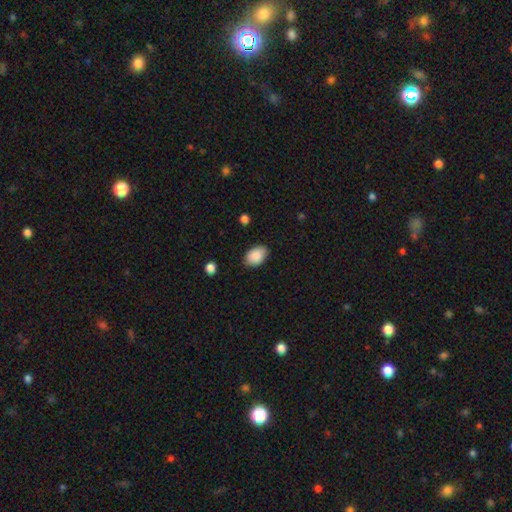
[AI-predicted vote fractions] Q: Smooth or featured?
A: smooth (88%); runner-up: star or artifact (7%)
Q: How rounded?
A: in between (89%); runner-up: round (10%)
Q: Merging?
A: none (82%); runner-up: minor disturbance (14%)